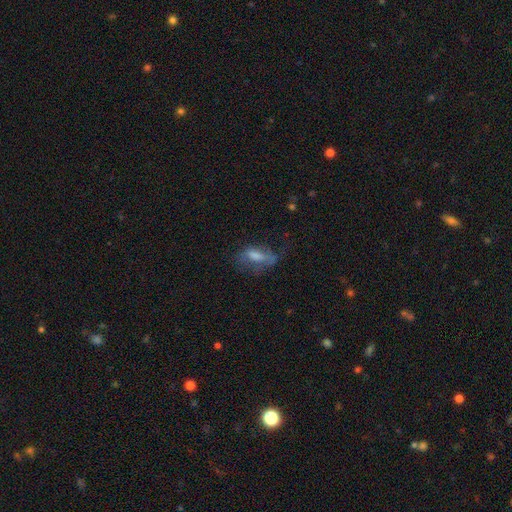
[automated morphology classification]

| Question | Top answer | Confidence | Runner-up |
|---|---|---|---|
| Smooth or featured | smooth | 52% | featured or disk (35%) |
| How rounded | in between | 74% | cigar-shaped (20%) |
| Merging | none | 40% | major disturbance (31%) |